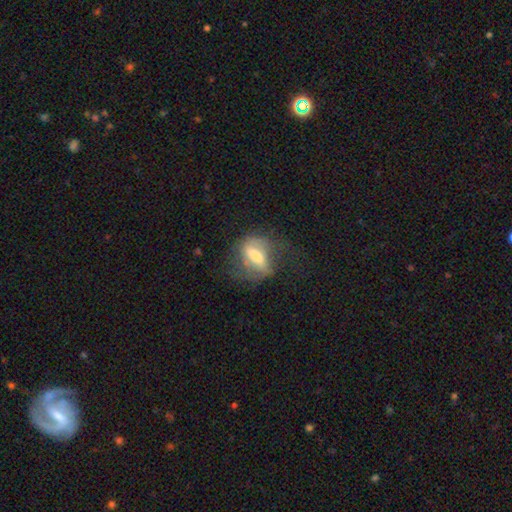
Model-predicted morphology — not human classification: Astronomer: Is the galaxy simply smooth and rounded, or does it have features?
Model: featured or disk — 48% (runner-up: smooth, 43%).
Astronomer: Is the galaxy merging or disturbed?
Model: none — 49% (runner-up: major disturbance, 27%).